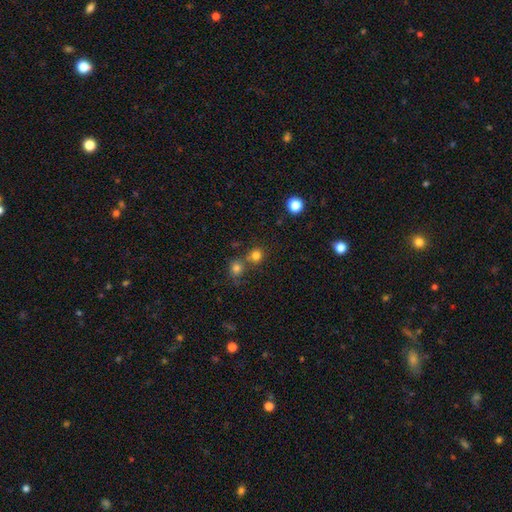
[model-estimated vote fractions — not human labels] A smooth galaxy with no disk features (79%) that is round (88%).

Vote fractions:
- Smooth or featured? smooth: 79% / star or artifact: 15% / featured or disk: 6%
- How rounded? round: 88% / in between: 11% / cigar-shaped: 1%
- Merging? none: 62% / merger: 28% / minor disturbance: 8% / major disturbance: 3%